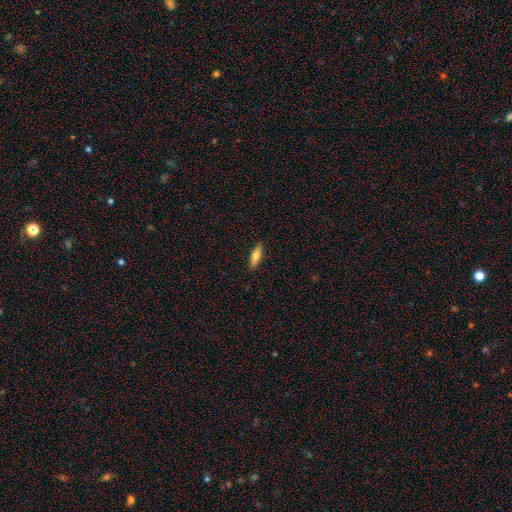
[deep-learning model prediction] Overall: smooth (70%). How rounded: cigar-shaped (61%; in between 37%). Merging: none (89%).